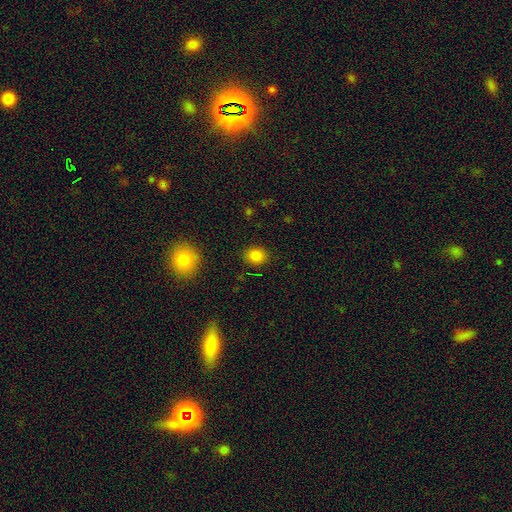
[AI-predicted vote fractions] Overall: smooth (83%). How rounded: round (66%; in between 33%). Merging: none (89%).